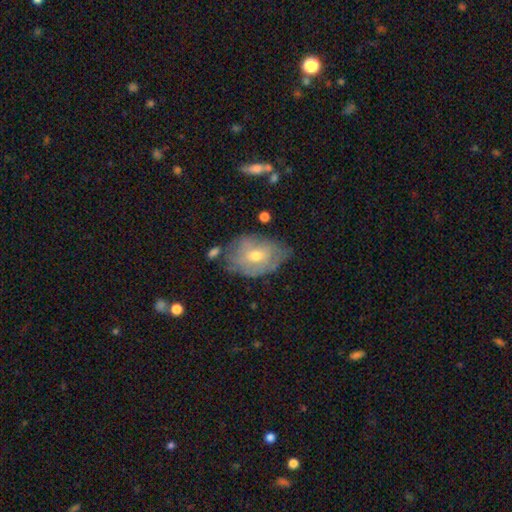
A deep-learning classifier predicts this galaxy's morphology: Smooth or featured? featured or disk (51%)
Edge-on disk? no (93%)
Merging? none (54%)